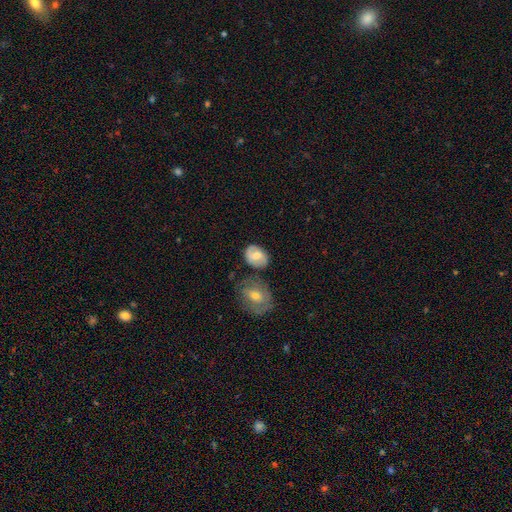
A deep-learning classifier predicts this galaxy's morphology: This is possibly a smooth galaxy (55%). How rounded: likely in between (64%). Merging: possibly none (58%).